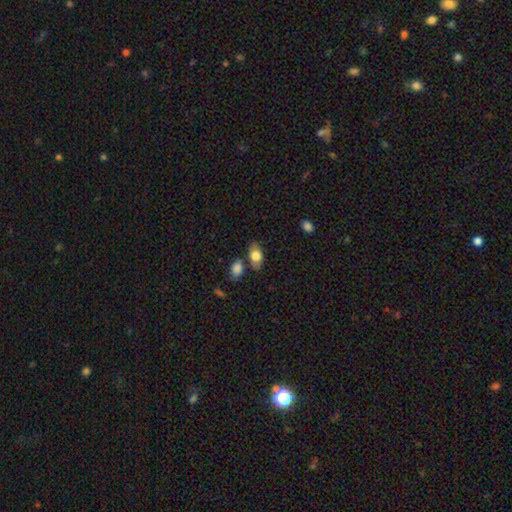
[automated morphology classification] A smooth galaxy with no disk features (74%) that is in between round and cigar-shaped (90%). Merging: none (74%).